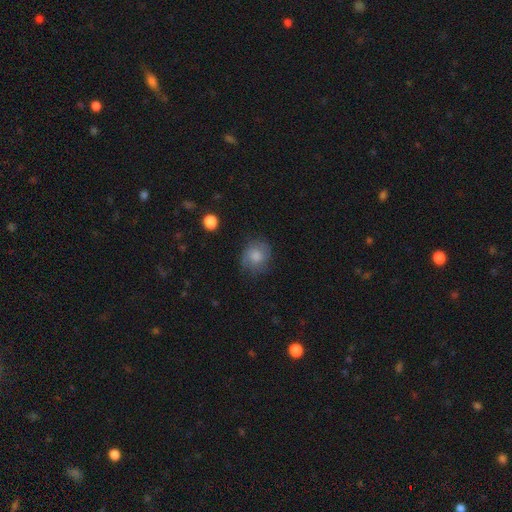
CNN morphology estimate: A smooth galaxy with no disk features (76%) that is round (71%).

Vote fractions:
- Smooth or featured? smooth: 76% / featured or disk: 15% / star or artifact: 9%
- How rounded? round: 71% / in between: 28% / cigar-shaped: 1%
- Merging? none: 70% / minor disturbance: 22% / major disturbance: 7% / merger: 1%